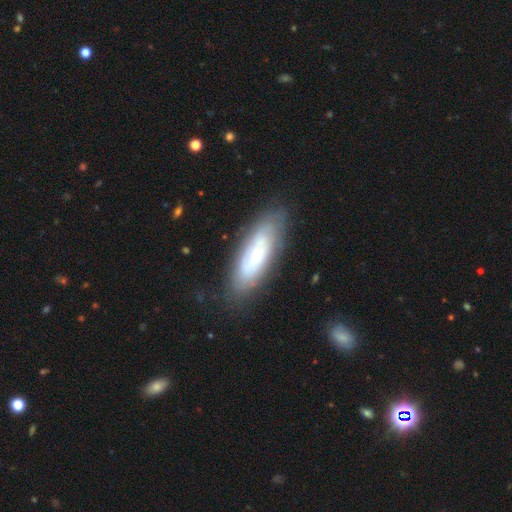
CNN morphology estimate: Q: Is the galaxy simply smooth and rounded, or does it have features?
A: featured or disk — 47%.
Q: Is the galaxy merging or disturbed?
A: none — 77%.